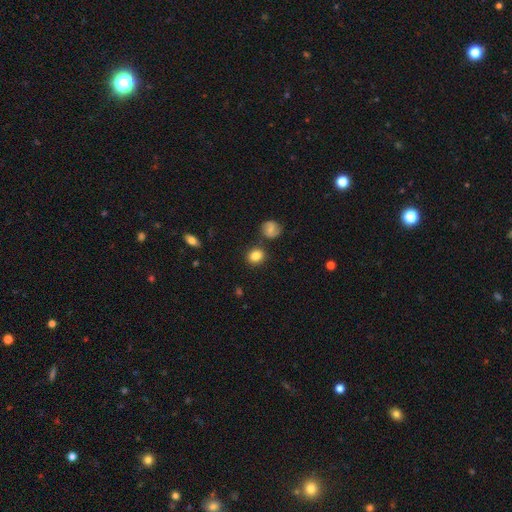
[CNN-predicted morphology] smooth-or-featured: smooth: 84% | star or artifact: 9% | featured or disk: 7%
  how-rounded: round: 70% | in between: 29% | cigar-shaped: 1%
  merging: none: 82% | minor disturbance: 10% | merger: 6% | major disturbance: 3%